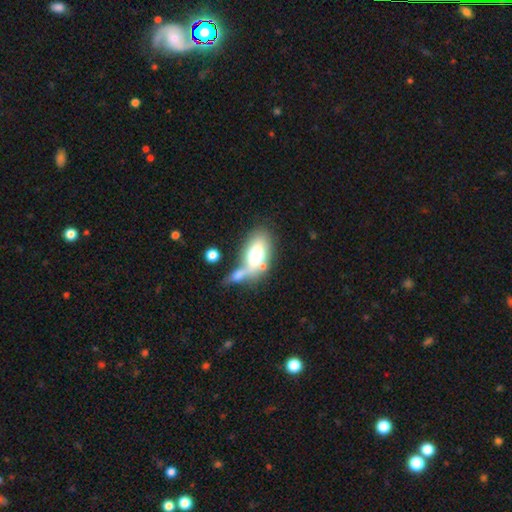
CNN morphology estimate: type=smooth (64%); roundness=in between (86%); merging=merger (37%).